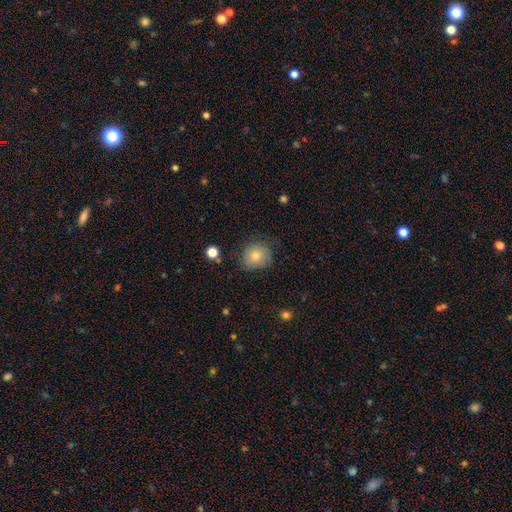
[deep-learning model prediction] This is likely a smooth galaxy (80%). How rounded: likely round (78%). Merging: likely none (66%).